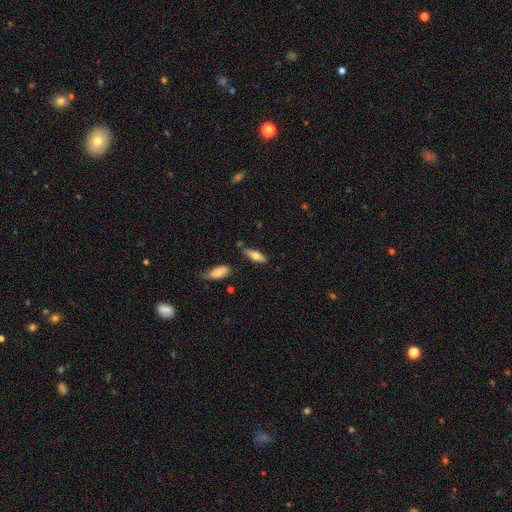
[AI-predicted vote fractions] The model was most divided on "how rounded": in between: 55%, cigar-shaped: 43%, round: 2%. More confident: merging — none (75%); smooth or featured — smooth (62%).